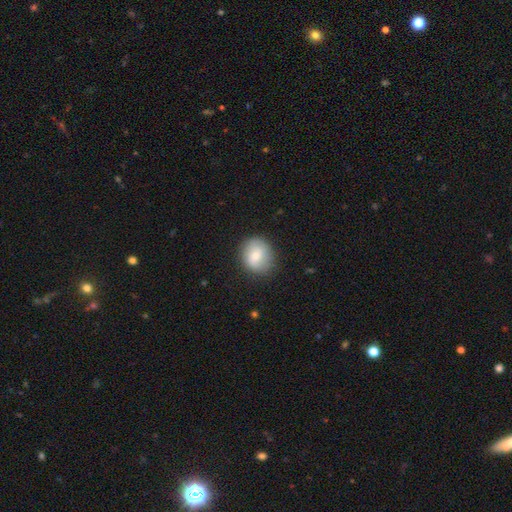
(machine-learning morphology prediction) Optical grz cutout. It shows a smooth galaxy with no disk features (72%) that is round (74%). Merging: none (81%).